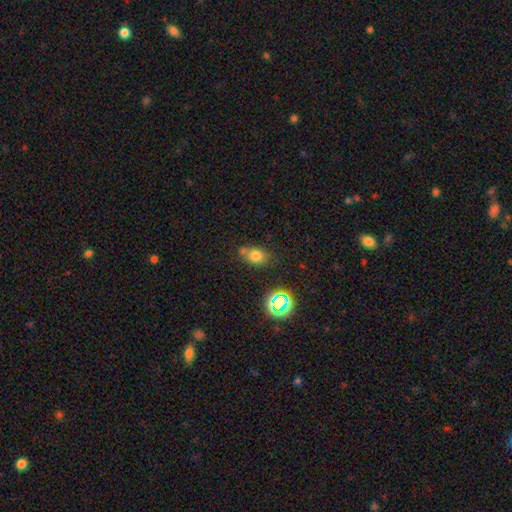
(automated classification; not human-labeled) Smooth or featured: smooth — 71% (star or artifact — 19%)
How rounded: in between — 59% (round — 40%)
Merging: none — 63% (minor disturbance — 17%)